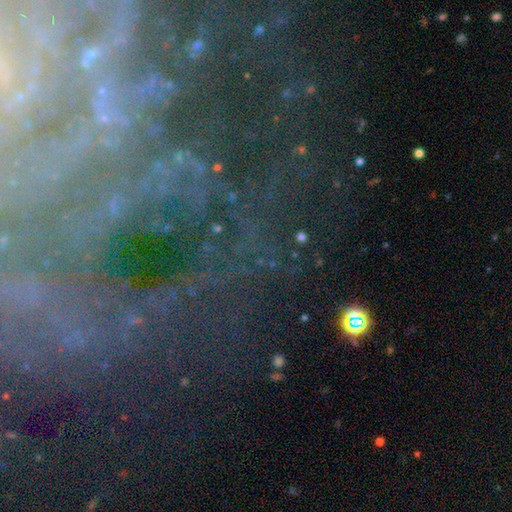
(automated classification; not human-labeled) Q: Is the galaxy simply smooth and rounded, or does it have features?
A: featured or disk — 61%.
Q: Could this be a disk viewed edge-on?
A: no — 92%.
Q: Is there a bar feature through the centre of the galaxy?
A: no — 44%.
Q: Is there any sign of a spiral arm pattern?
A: yes — 85%.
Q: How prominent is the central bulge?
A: small — 60%.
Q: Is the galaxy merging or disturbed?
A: none — 66%.